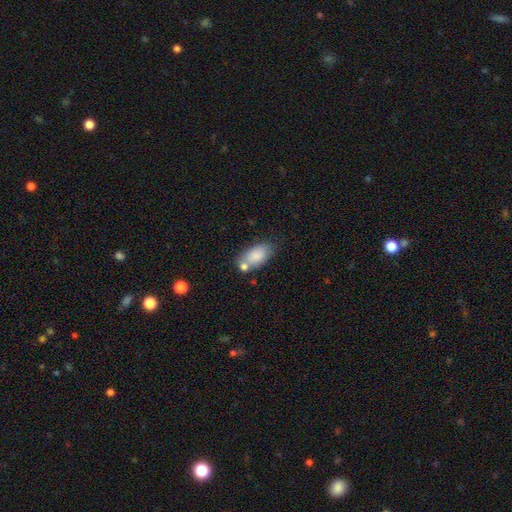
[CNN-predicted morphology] Smooth or featured? Predicted: smooth (p=0.80). How rounded? Predicted: in between (p=0.91). Merging? Predicted: none (p=0.50).